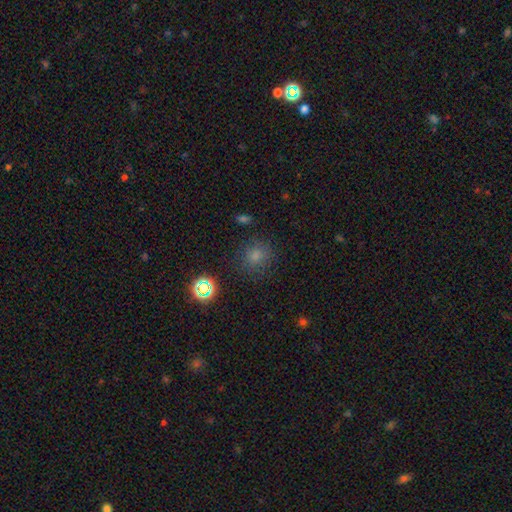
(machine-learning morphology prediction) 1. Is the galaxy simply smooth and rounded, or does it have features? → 73% smooth, 21% star or artifact, 6% featured or disk.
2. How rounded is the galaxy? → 82% round, 17% in between, 1% cigar-shaped.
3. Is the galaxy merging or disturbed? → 79% none, 13% minor disturbance, 5% major disturbance, 3% merger.